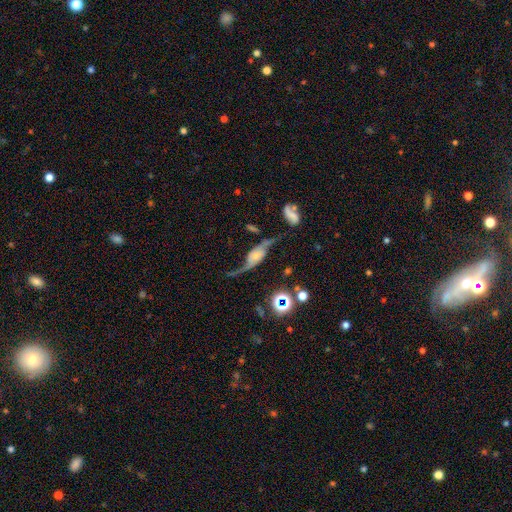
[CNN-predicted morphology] type=featured or disk (81%); edge-on=no (85%); bar=no (62%); spiral arms=yes (92%); winding=loose (85%); arm count=2 (90%); bulge=small (43%); merging=none (49%).